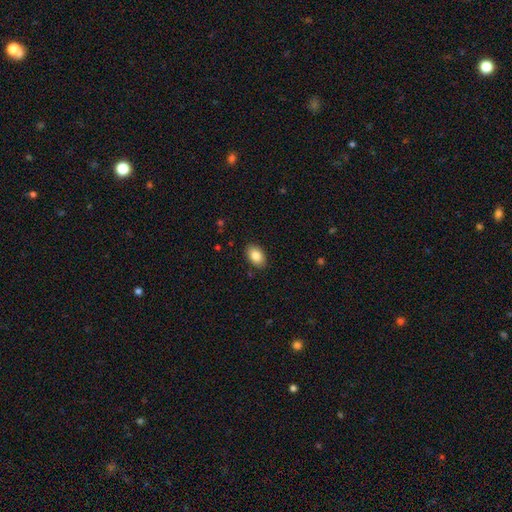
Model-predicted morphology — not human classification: smooth 85%, featured or disk 8%, star or artifact 7%. Down the decision tree: how rounded — in between (89%); merging — none (88%).